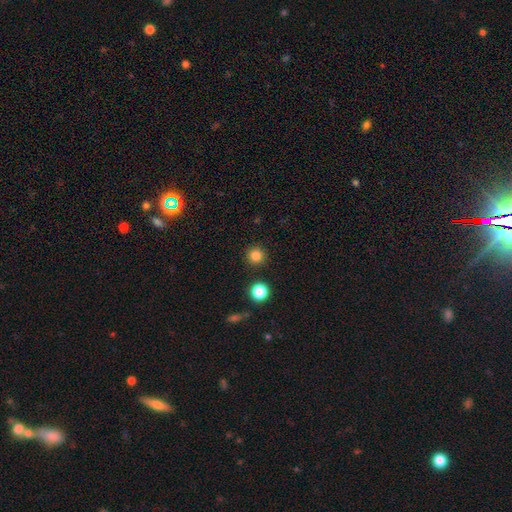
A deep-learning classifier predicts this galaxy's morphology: smooth-or-featured: smooth: 82% | star or artifact: 13% | featured or disk: 5%
  how-rounded: round: 95% | in between: 4% | cigar-shaped: 1%
  merging: none: 91% | minor disturbance: 5% | merger: 2% | major disturbance: 2%